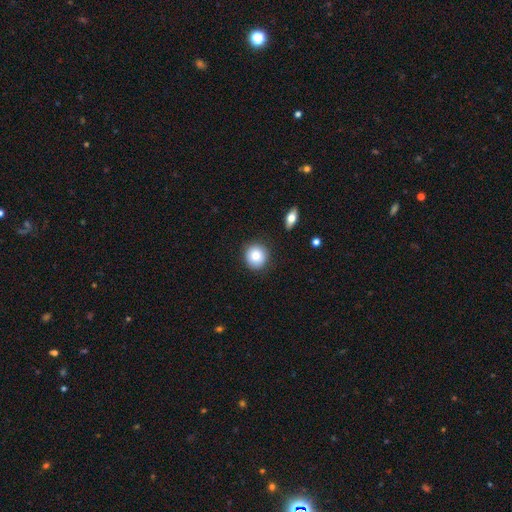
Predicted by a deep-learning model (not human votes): This is clearly a smooth galaxy (82%). How rounded: clearly round (88%). Merging: clearly none (87%).